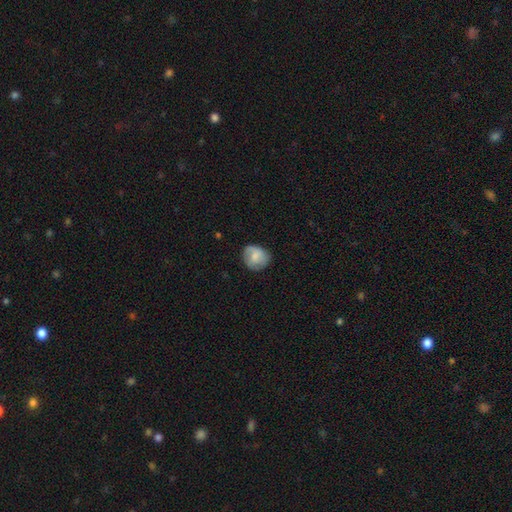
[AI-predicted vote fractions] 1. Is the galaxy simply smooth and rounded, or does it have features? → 70% smooth, 23% featured or disk, 7% star or artifact.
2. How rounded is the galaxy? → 77% round, 22% in between, 1% cigar-shaped.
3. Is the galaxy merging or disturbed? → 69% none, 23% minor disturbance, 7% major disturbance, 1% merger.